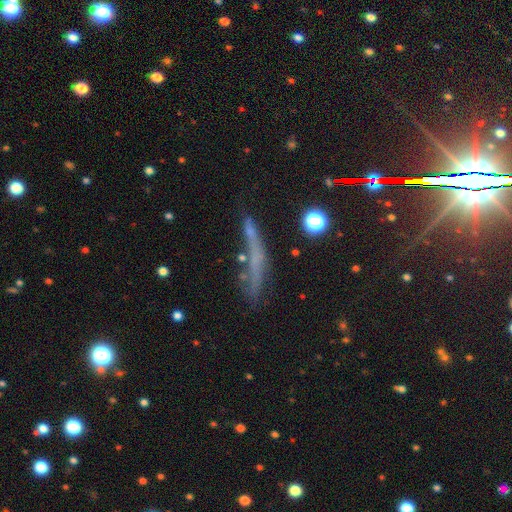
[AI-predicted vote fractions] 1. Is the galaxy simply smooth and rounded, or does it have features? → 44% smooth, 35% featured or disk, 22% star or artifact.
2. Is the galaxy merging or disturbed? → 53% none, 23% minor disturbance, 15% major disturbance, 9% merger.